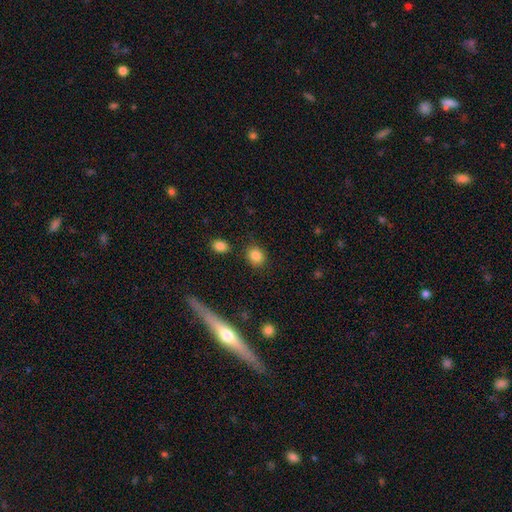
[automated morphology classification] A smooth galaxy with no disk features (85%) that is round (71%). Merging: none (83%).